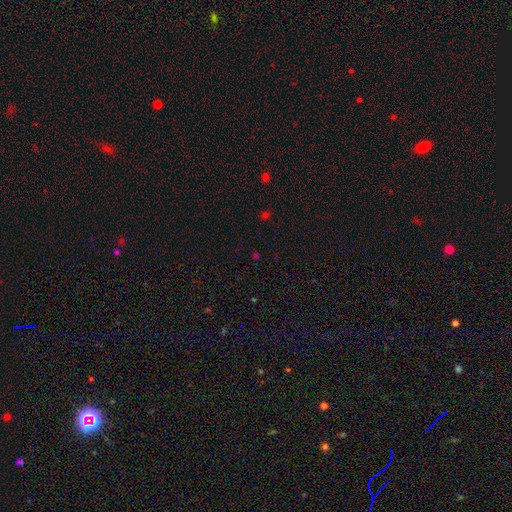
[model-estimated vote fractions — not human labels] Smooth or featured?
  - star or artifact: 60% *
  - smooth: 33%
  - featured or disk: 7%